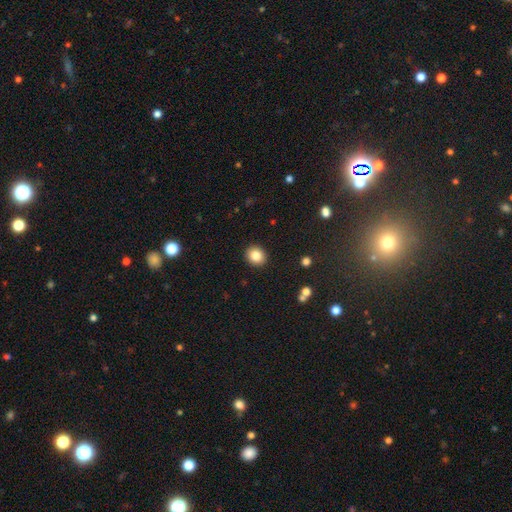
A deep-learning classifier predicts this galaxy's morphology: Overall: smooth (84%). How rounded: round (80%). Merging: none (92%).